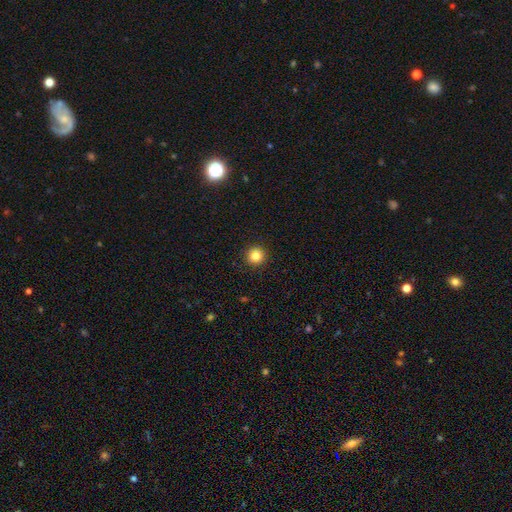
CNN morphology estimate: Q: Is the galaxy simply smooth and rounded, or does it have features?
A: smooth — 83%.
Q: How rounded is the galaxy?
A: round — 96%.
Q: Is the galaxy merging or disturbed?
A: none — 93%.